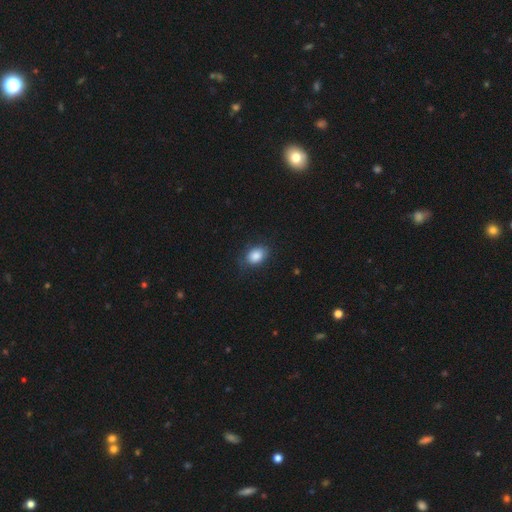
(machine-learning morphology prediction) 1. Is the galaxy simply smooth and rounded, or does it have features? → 85% smooth, 8% star or artifact, 6% featured or disk.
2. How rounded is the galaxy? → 72% in between, 26% round, 1% cigar-shaped.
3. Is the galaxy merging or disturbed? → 77% none, 18% minor disturbance, 5% major disturbance, 1% merger.